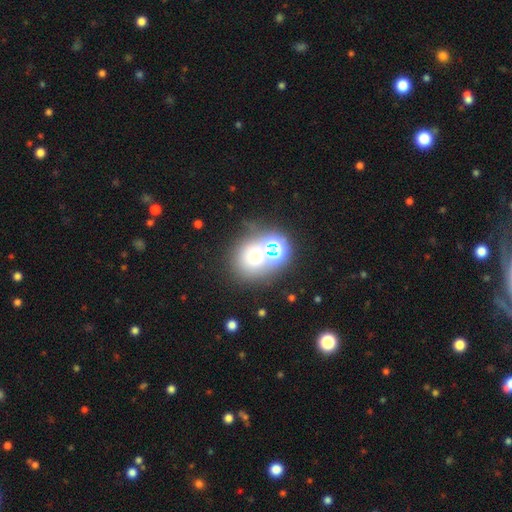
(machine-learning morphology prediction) Smooth or featured? Predicted: smooth (p=0.53). How rounded? Predicted: round (p=0.81). Merging? Predicted: none (p=0.58).